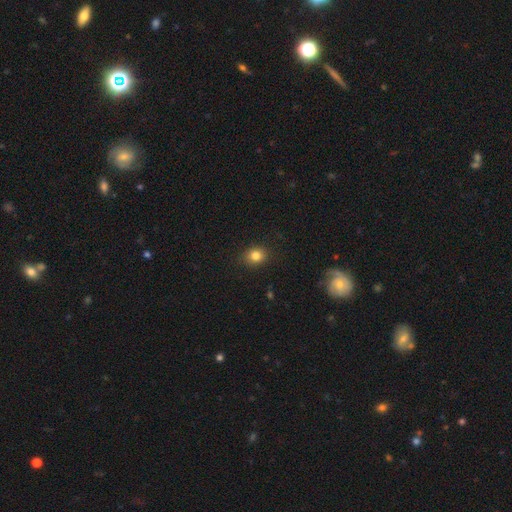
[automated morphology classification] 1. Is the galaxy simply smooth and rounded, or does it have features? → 82% smooth, 12% star or artifact, 6% featured or disk.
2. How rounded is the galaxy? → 63% round, 36% in between, 1% cigar-shaped.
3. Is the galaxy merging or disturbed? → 88% none, 9% minor disturbance, 2% major disturbance, 1% merger.